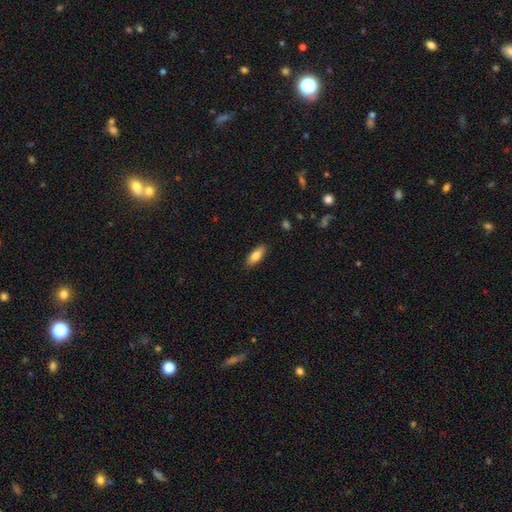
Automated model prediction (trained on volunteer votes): Q: Smooth or featured?
A: smooth (80%); runner-up: featured or disk (14%)
Q: How rounded?
A: in between (71%); runner-up: cigar-shaped (27%)
Q: Merging?
A: none (88%); runner-up: minor disturbance (9%)